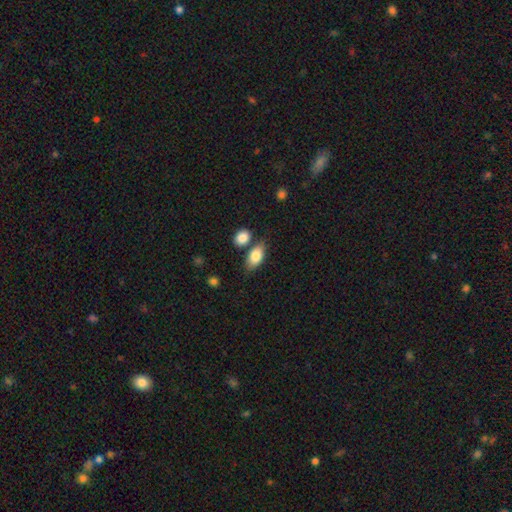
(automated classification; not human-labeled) Morphology: type=smooth (81%); roundness=in between (89%); merging=none (64%).